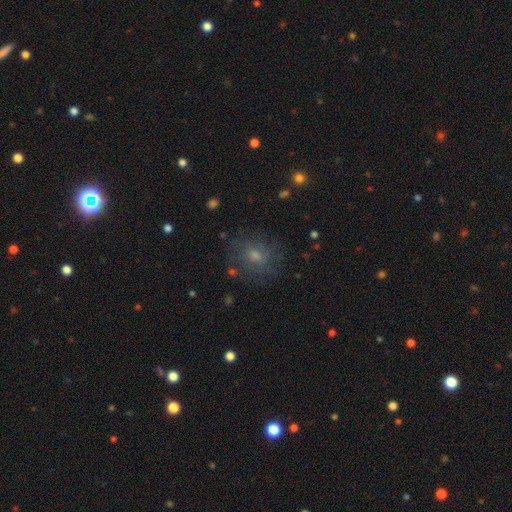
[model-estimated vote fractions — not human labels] Morphology: type=featured or disk (46%); merging=none (73%).